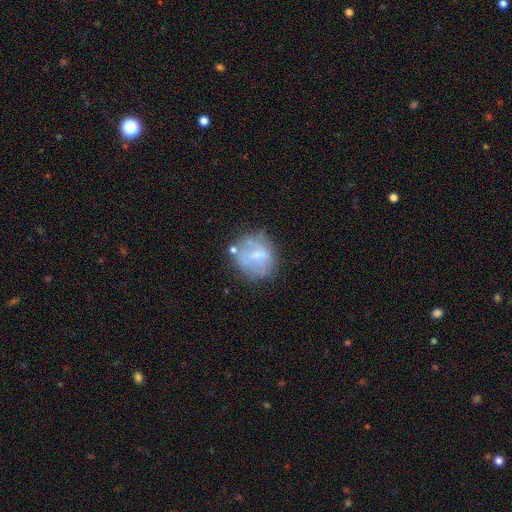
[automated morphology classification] A smooth galaxy with no disk features (48%). Merging: none (55%).